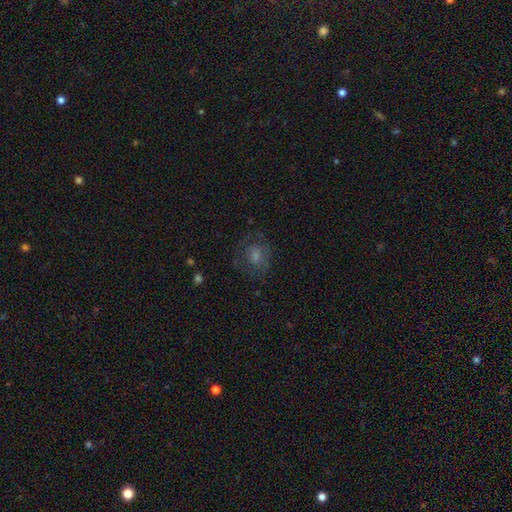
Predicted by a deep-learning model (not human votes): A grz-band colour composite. It shows a smooth galaxy with no disk features (56%) that is round (59%). Merging: none (64%).